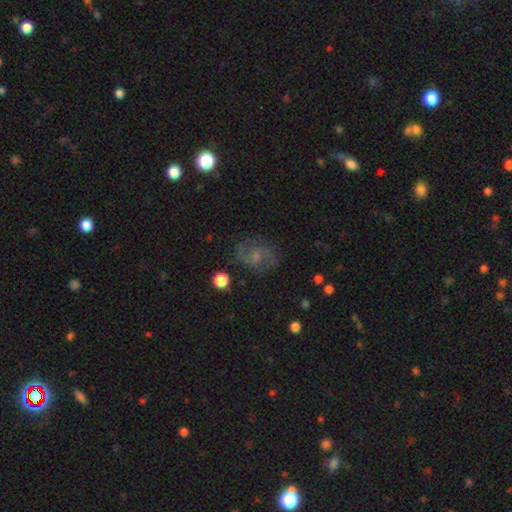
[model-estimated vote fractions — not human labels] This appears to be a featured or disk galaxy (56%) with no bar (48%), spiral arms (83%) and a small central bulge (54%). Merging: none (74%).